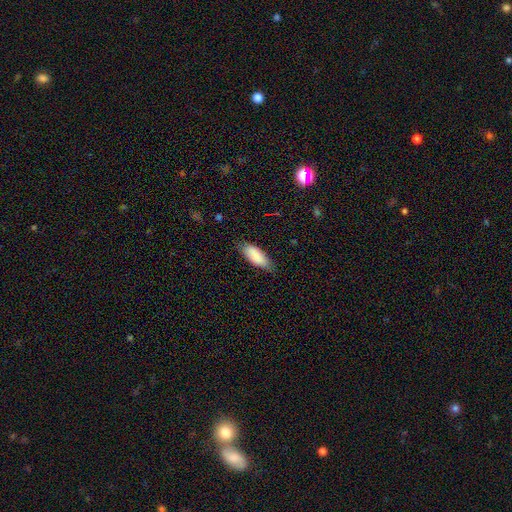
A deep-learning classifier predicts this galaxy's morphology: Smooth or featured: smooth — 87% (featured or disk — 7%)
How rounded: in between — 81% (cigar-shaped — 18%)
Merging: none — 74% (minor disturbance — 22%)